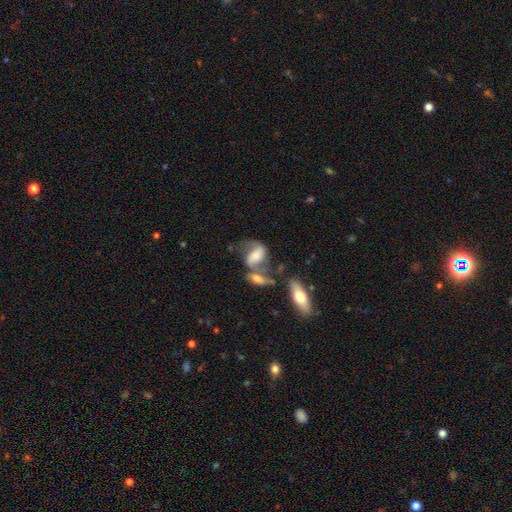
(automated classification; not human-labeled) smooth_or_featured: featured or disk (p=0.59) [alt: smooth p=0.33]
disk_edge_on: no (p=0.93) [alt: yes p=0.07]
bar: no (p=0.42) [alt: weak p=0.35]
has_spiral_arms: yes (p=0.82) [alt: no p=0.18]
bulge_size: moderate (p=0.33) [alt: small p=0.26]
merging: merger (p=0.38) [alt: none p=0.30]